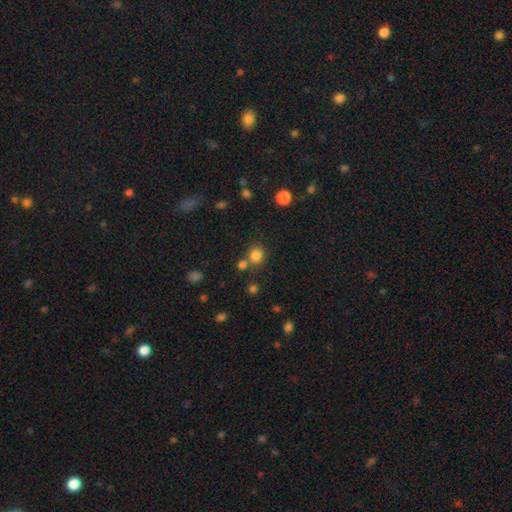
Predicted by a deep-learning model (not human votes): smooth_or_featured: smooth (p=0.81) [alt: star or artifact p=0.14]
how_rounded: round (p=0.85) [alt: in between p=0.14]
merging: none (p=0.68) [alt: merger p=0.19]